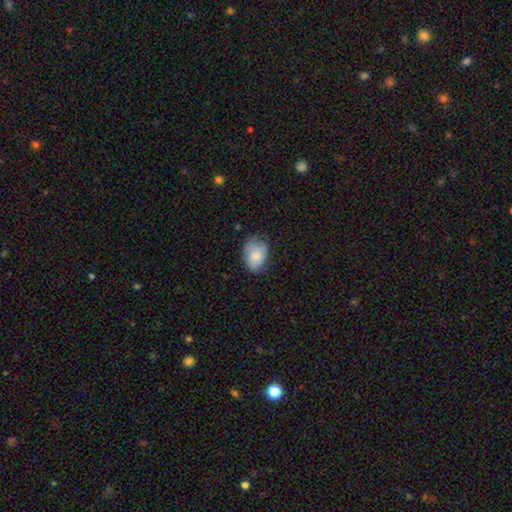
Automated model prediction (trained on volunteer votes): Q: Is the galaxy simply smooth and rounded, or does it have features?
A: smooth — 74%.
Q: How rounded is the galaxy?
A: in between — 76%.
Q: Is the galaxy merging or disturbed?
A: none — 62%.